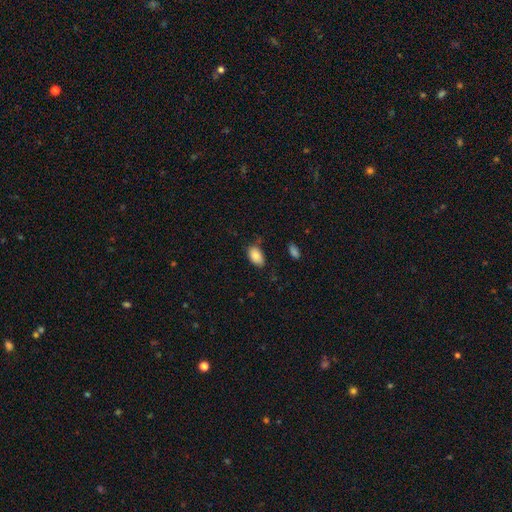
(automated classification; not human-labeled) smooth-or-featured: smooth: 86% | star or artifact: 7% | featured or disk: 7%
  how-rounded: in between: 93% | round: 6% | cigar-shaped: 1%
  merging: none: 74% | minor disturbance: 20% | major disturbance: 4% | merger: 2%